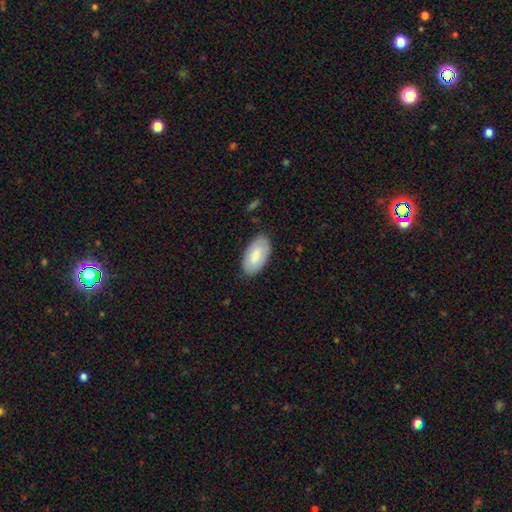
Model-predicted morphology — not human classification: smooth_or_featured: smooth (p=0.81) [alt: featured or disk p=0.14]
how_rounded: in between (p=0.96) [alt: cigar-shaped p=0.02]
merging: none (p=0.85) [alt: minor disturbance p=0.12]